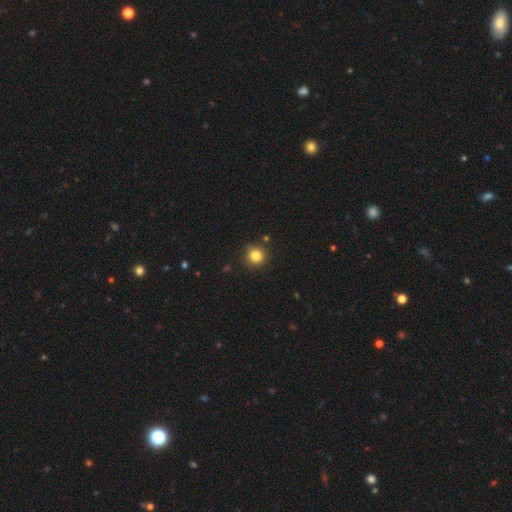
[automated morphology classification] Overall: smooth (83%). How rounded: round (94%). Merging: none (87%).